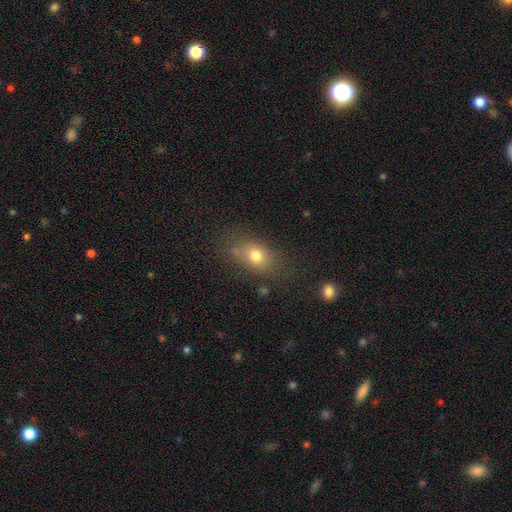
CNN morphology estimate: This appears to be a smooth galaxy with no disk features (75%) that is in between round and cigar-shaped (72%). Merging: none (70%).